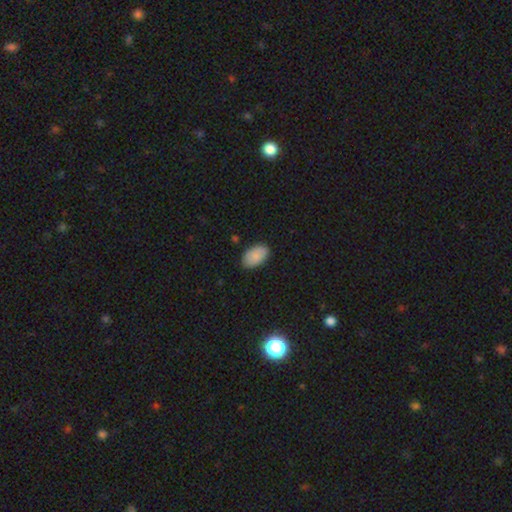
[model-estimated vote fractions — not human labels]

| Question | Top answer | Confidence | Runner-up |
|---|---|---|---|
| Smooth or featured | smooth | 87% | star or artifact (7%) |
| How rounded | in between | 94% | round (4%) |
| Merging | none | 85% | minor disturbance (12%) |